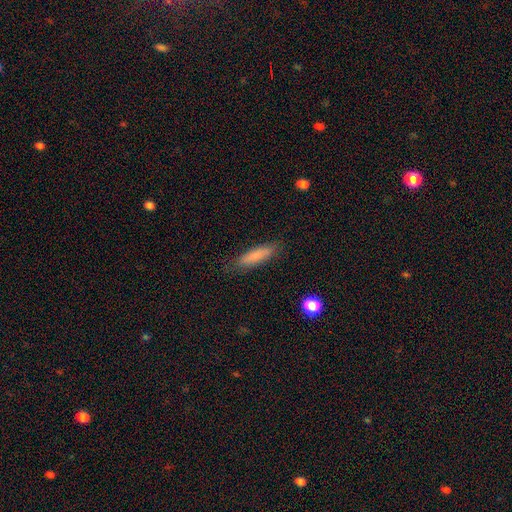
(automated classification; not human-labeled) Morphology: type=smooth (82%); roundness=cigar-shaped (73%); merging=none (85%).